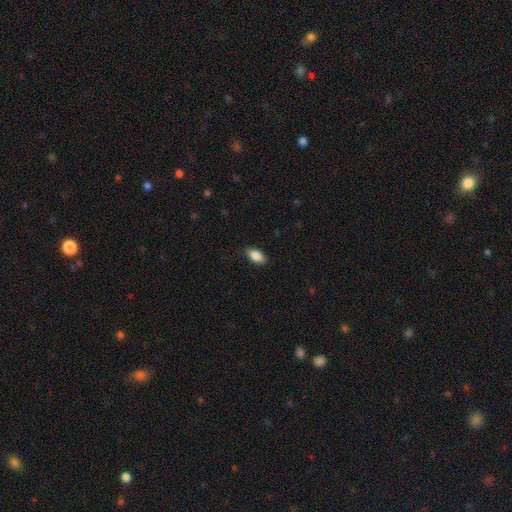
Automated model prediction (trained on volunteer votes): smooth-or-featured: smooth: 85% | featured or disk: 8% | star or artifact: 7%
  how-rounded: in between: 90% | cigar-shaped: 6% | round: 4%
  merging: none: 85% | minor disturbance: 12% | major disturbance: 2% | merger: 1%